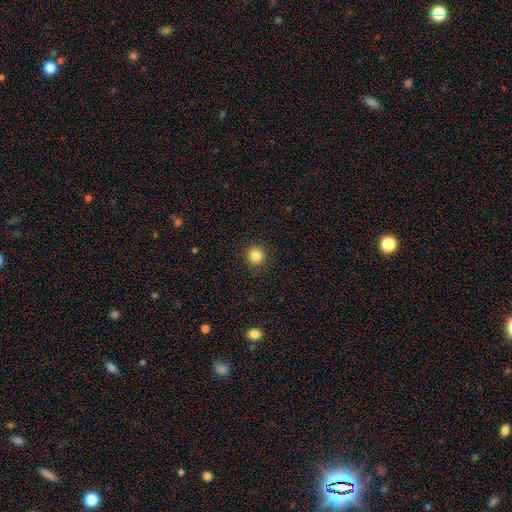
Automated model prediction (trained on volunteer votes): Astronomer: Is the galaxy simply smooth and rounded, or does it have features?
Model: smooth — 85%.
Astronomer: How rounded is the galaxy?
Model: round — 94%.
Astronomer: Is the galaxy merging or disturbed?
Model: none — 92%.